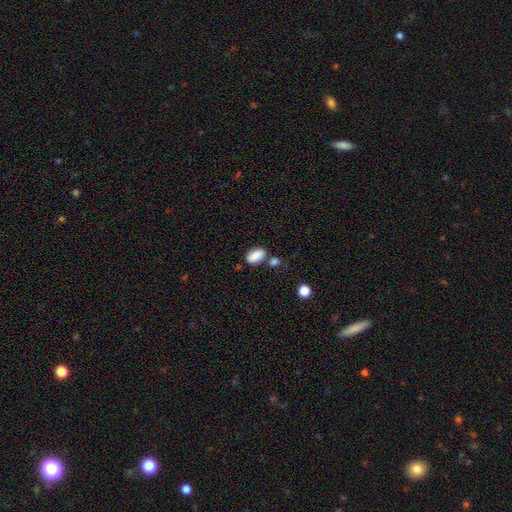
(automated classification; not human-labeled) Smooth or featured: smooth — 85% (star or artifact — 8%)
How rounded: in between — 90% (round — 7%)
Merging: none — 62% (merger — 18%)